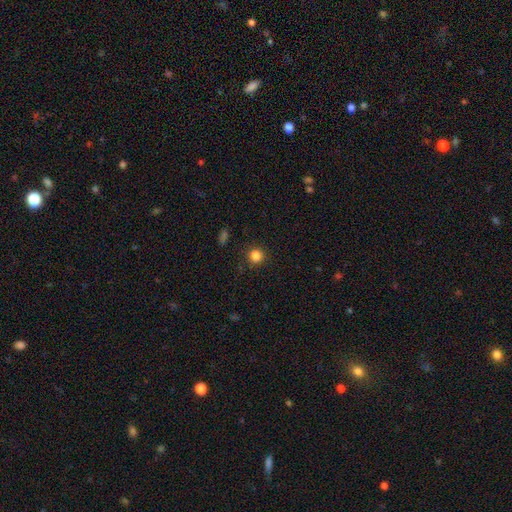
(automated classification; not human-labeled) Overall: smooth (83%). How rounded: round (94%). Merging: none (90%).